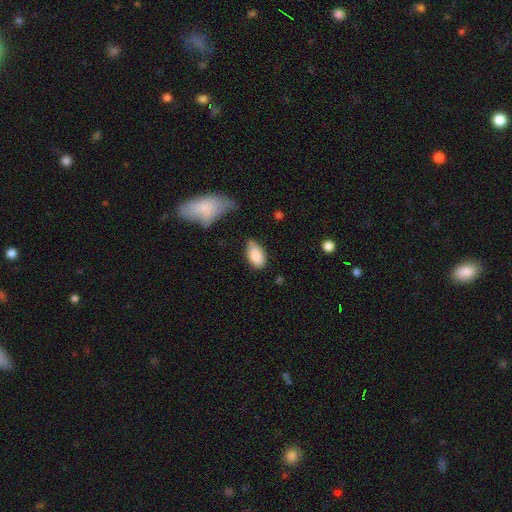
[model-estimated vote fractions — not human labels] Overall: smooth (86%). How rounded: in between (93%). Merging: none (59%; minor disturbance 32%).